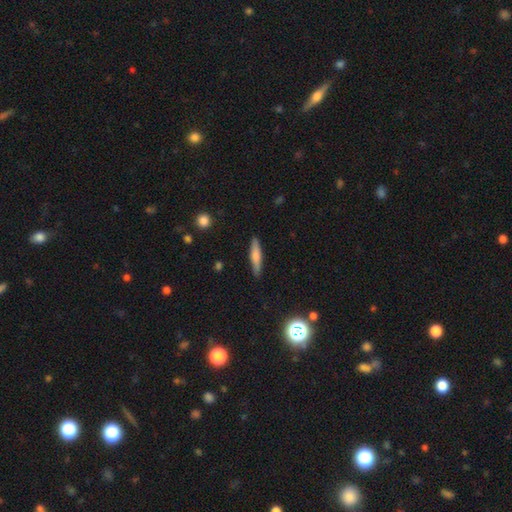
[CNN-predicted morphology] Smooth or featured? Predicted: smooth (p=0.62). How rounded? Predicted: cigar-shaped (p=0.86). Merging? Predicted: none (p=0.88).